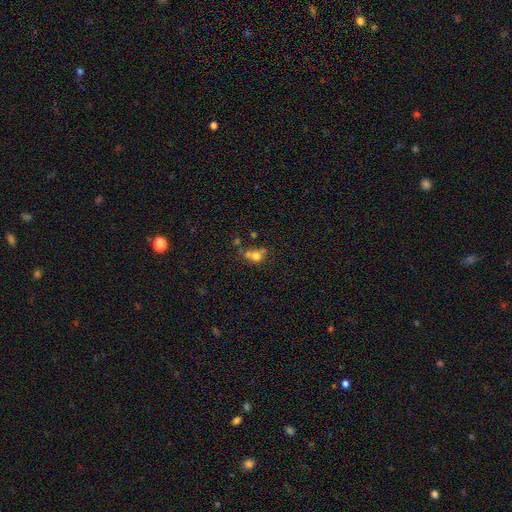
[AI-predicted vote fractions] Q: Smooth or featured?
A: smooth (69%); runner-up: featured or disk (17%)
Q: How rounded?
A: round (62%); runner-up: in between (37%)
Q: Merging?
A: none (39%); runner-up: merger (34%)